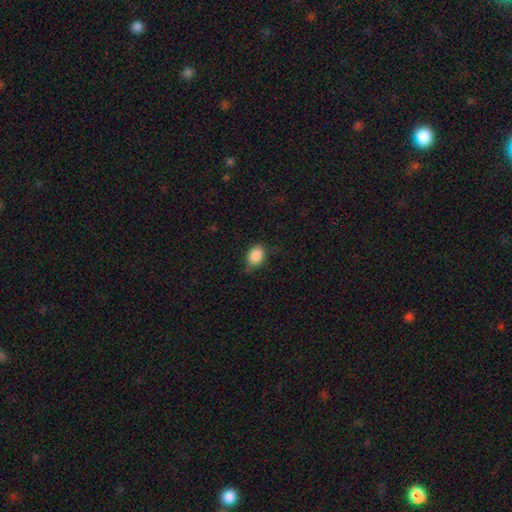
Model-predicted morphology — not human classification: Smooth or featured?
  - smooth: 86% *
  - star or artifact: 8%
  - featured or disk: 6%
How rounded?
  - in between: 63% *
  - round: 36%
  - cigar-shaped: 1%
Merging?
  - none: 67% *
  - minor disturbance: 25%
  - major disturbance: 6%
  - merger: 1%